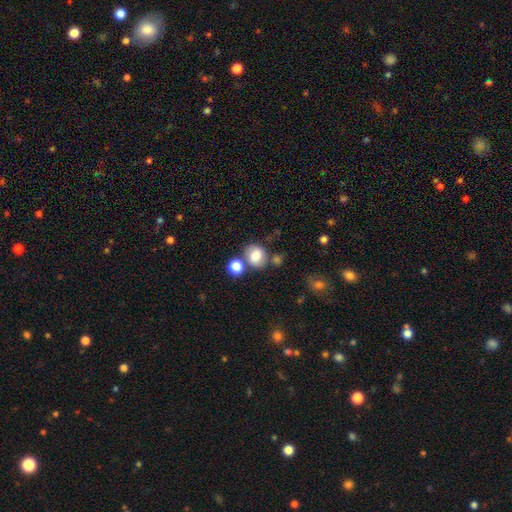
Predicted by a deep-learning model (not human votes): Smooth or featured? smooth (79%)
How rounded? round (65%)
Merging? none (60%)